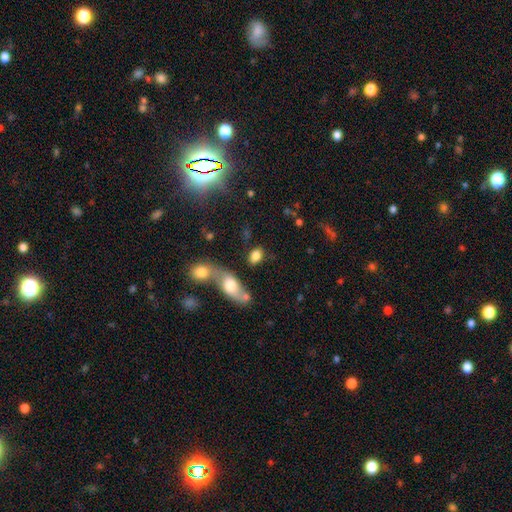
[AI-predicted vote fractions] Q: Smooth or featured?
A: smooth (80%); runner-up: featured or disk (10%)
Q: How rounded?
A: in between (83%); runner-up: round (14%)
Q: Merging?
A: none (58%); runner-up: merger (22%)